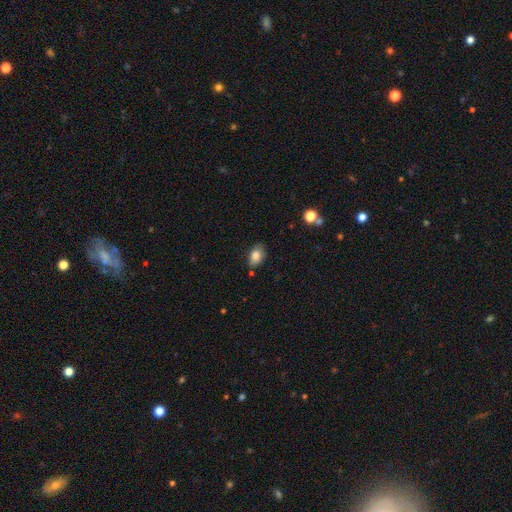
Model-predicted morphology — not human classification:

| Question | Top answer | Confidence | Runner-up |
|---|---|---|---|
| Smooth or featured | smooth | 82% | featured or disk (10%) |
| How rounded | in between | 84% | round (15%) |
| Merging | none | 75% | minor disturbance (18%) |